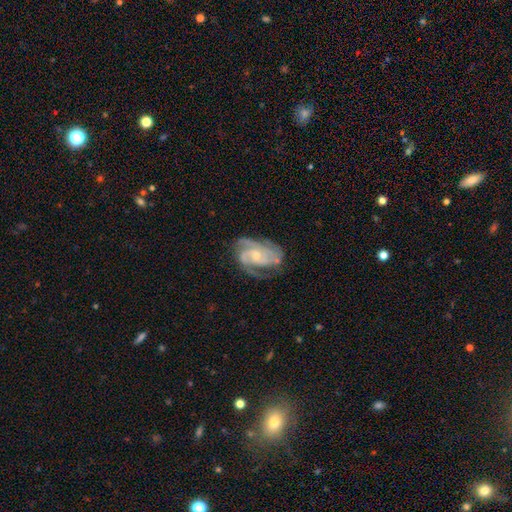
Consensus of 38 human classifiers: Smooth or featured? featured or disk (95%)
Edge-on disk? no (97%)
Bar? no (51%)
Spiral arms? yes (100%)
Spiral winding? tight (54%)
Spiral arm count? 3 (63%)
Bulge size? small (57%)
Merging? none (68%)